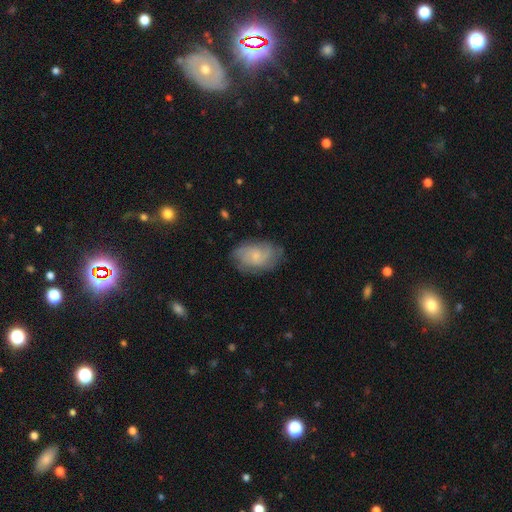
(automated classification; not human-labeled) Smooth or featured?
  - featured or disk: 51% *
  - smooth: 41%
  - star or artifact: 8%
Edge-on disk?
  - no: 96% *
  - yes: 4%
Merging?
  - none: 71% *
  - minor disturbance: 21%
  - major disturbance: 7%
  - merger: 1%